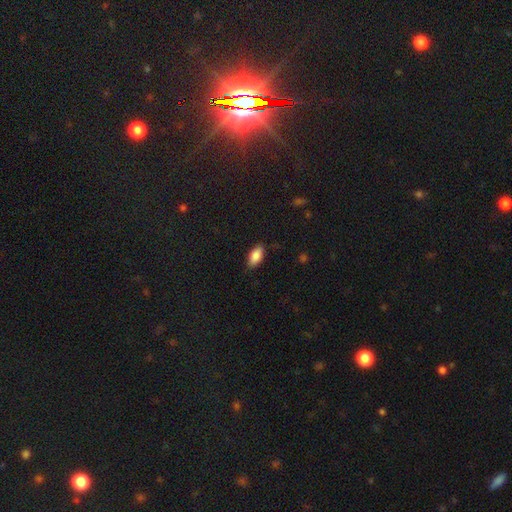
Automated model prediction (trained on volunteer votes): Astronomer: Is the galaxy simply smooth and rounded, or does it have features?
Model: smooth — 87%.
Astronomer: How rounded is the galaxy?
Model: in between — 91%.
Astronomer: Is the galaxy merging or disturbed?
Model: none — 84%.